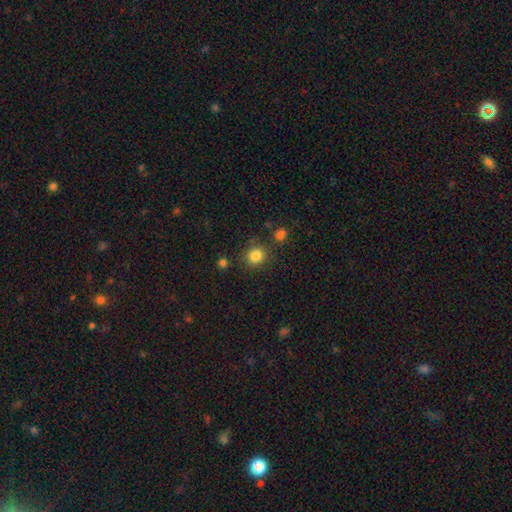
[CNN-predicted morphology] The model was most divided on "how rounded": round: 84%, in between: 15%, cigar-shaped: 1%. More confident: smooth or featured — smooth (83%); merging — none (82%).